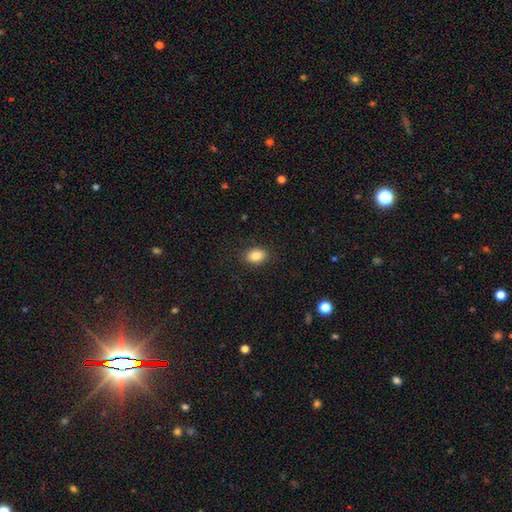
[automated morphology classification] A smooth galaxy with no disk features (85%) that is in between round and cigar-shaped (79%). Merging: none (87%).